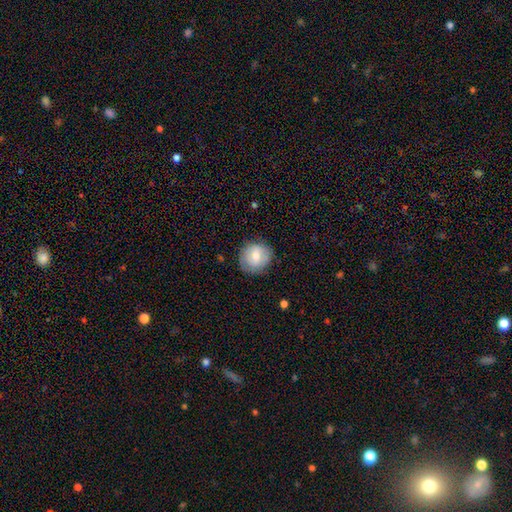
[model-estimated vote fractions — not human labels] A smooth galaxy with no disk features (57%) that is round (77%). Merging: none (77%).